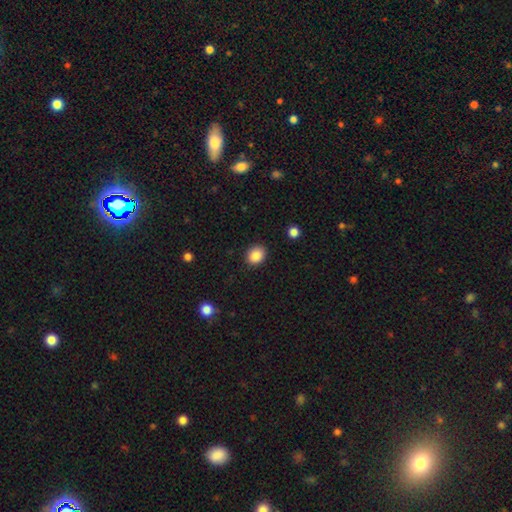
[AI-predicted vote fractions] Smooth or featured? smooth (88%)
How rounded? round (51%)
Merging? none (87%)